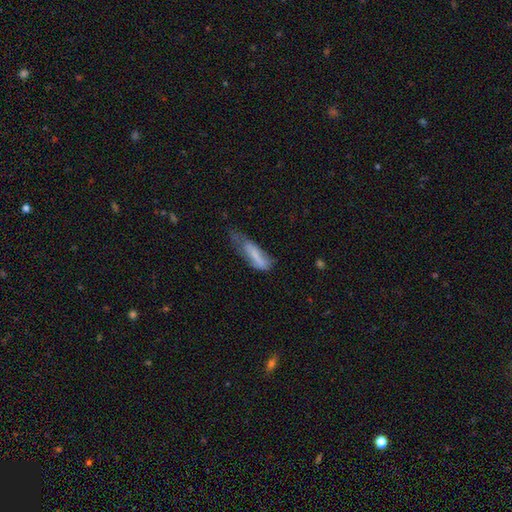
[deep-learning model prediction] Q: Smooth or featured?
A: smooth (67%); runner-up: featured or disk (24%)
Q: How rounded?
A: cigar-shaped (54%); runner-up: in between (44%)
Q: Merging?
A: major disturbance (36%); tied with: minor disturbance (36%)